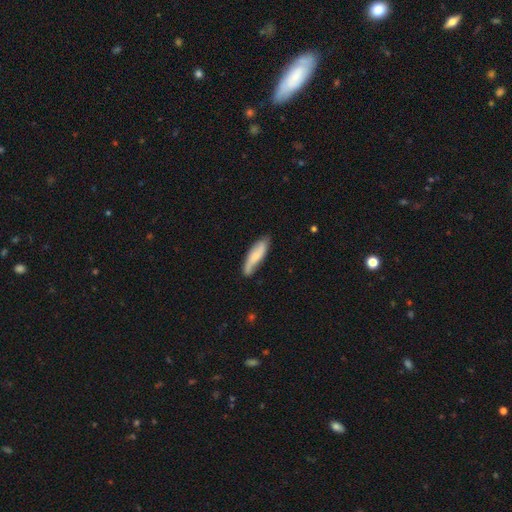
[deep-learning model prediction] A smooth galaxy with no disk features (60%) that is cigar-shaped (58%). Merging: none (74%).